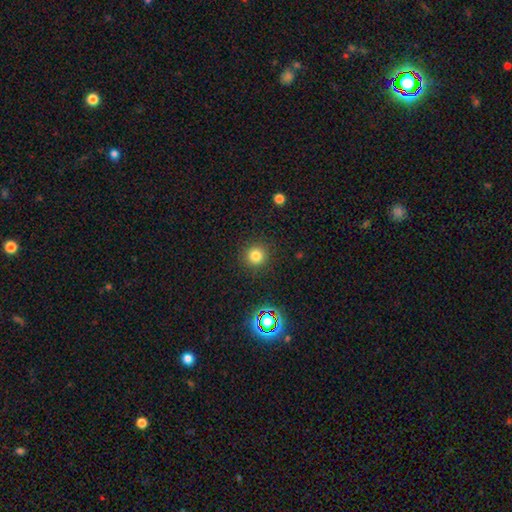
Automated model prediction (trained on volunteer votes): A smooth galaxy with no disk features (78%) that is round (94%).

Vote fractions:
- Smooth or featured? smooth: 78% / star or artifact: 16% / featured or disk: 6%
- How rounded? round: 94% / in between: 5% / cigar-shaped: 1%
- Merging? none: 90% / minor disturbance: 6% / major disturbance: 3% / merger: 1%